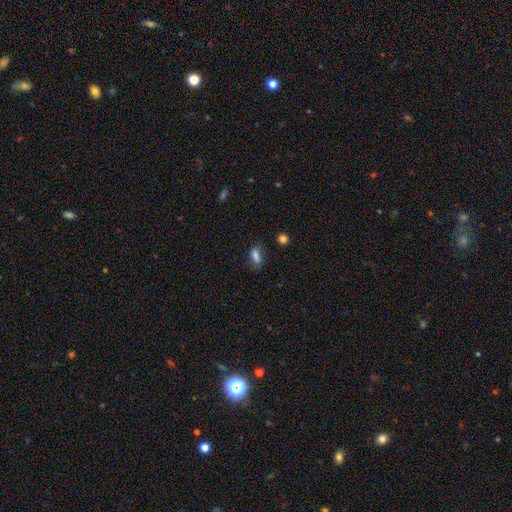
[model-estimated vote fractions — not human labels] smooth-or-featured: smooth: 82% | star or artifact: 11% | featured or disk: 7%
  how-rounded: in between: 77% | cigar-shaped: 16% | round: 7%
  merging: none: 68% | minor disturbance: 22% | major disturbance: 7% | merger: 3%